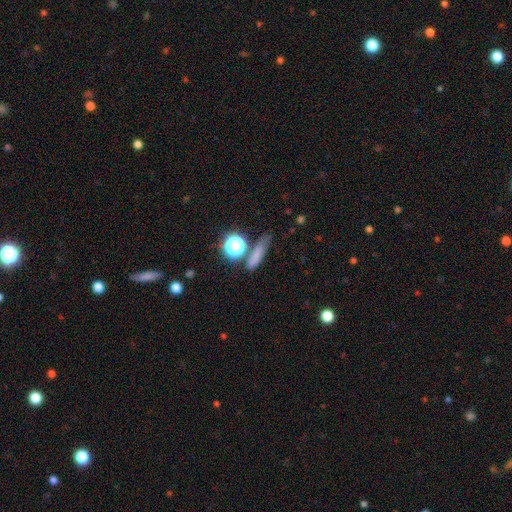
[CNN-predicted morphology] type=smooth (68%); roundness=cigar-shaped (49%); merging=none (66%).